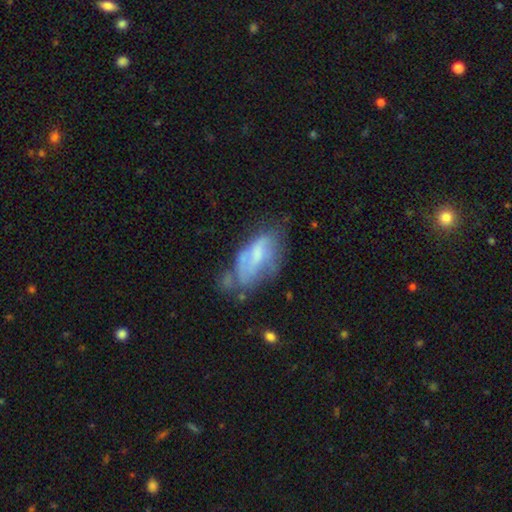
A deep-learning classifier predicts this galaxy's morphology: Smooth or featured?
  - featured or disk: 50% *
  - smooth: 41%
  - star or artifact: 9%
Edge-on disk?
  - no: 91% *
  - yes: 9%
Merging?
  - none: 33% *
  - minor disturbance: 30%
  - major disturbance: 27%
  - merger: 10%